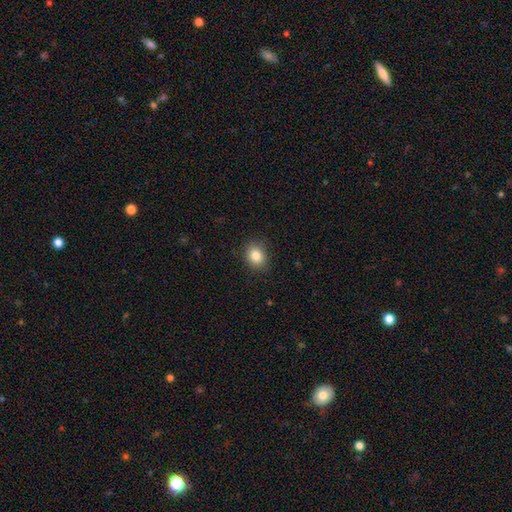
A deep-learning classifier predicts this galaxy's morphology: This is clearly a smooth galaxy (84%). How rounded: possibly round (57%). Merging: clearly none (87%).